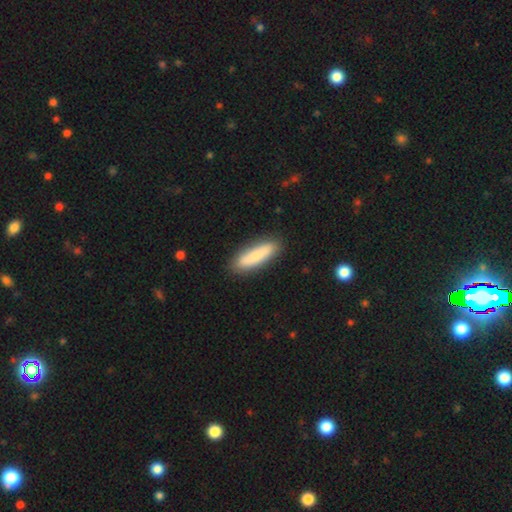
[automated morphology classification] Q: Smooth or featured?
A: smooth (77%); runner-up: featured or disk (17%)
Q: How rounded?
A: cigar-shaped (60%); runner-up: in between (38%)
Q: Merging?
A: none (86%); runner-up: minor disturbance (10%)